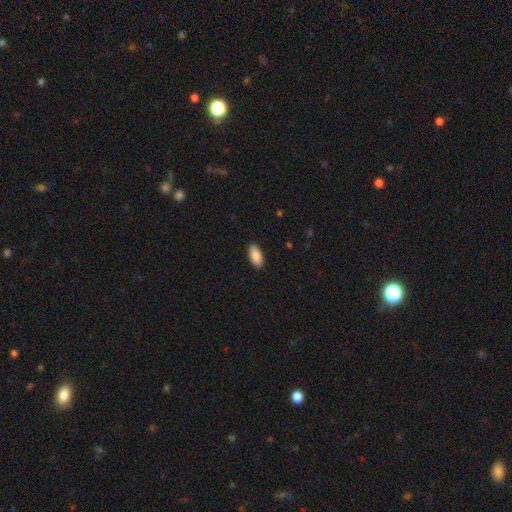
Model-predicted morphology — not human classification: Smooth or featured?
  - smooth: 89% *
  - star or artifact: 6%
  - featured or disk: 4%
How rounded?
  - in between: 91% *
  - cigar-shaped: 7%
  - round: 2%
Merging?
  - none: 89% *
  - minor disturbance: 8%
  - major disturbance: 2%
  - merger: 1%